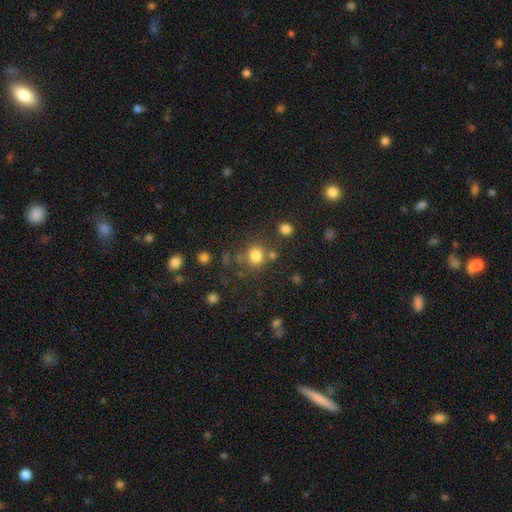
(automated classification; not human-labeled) Smooth or featured? Predicted: smooth (p=0.79). How rounded? Predicted: round (p=0.80). Merging? Predicted: none (p=0.69).